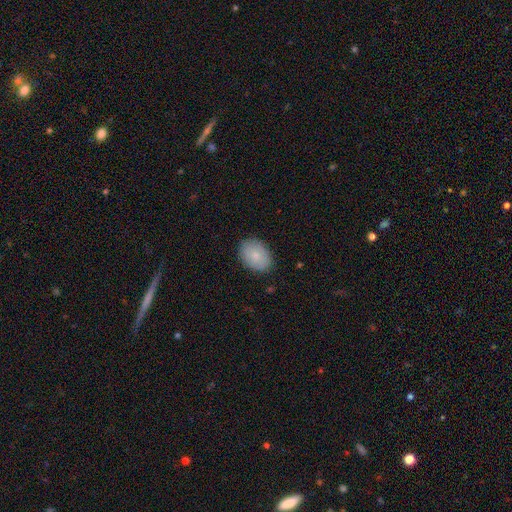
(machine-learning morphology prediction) Q: Smooth or featured?
A: smooth (83%); runner-up: featured or disk (11%)
Q: How rounded?
A: in between (79%); runner-up: round (20%)
Q: Merging?
A: none (86%); runner-up: minor disturbance (11%)